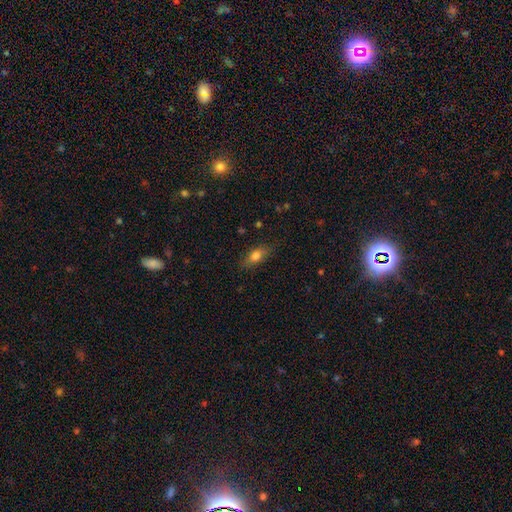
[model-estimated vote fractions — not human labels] A smooth galaxy with no disk features (74%) that is in between round and cigar-shaped (76%).

Vote fractions:
- Smooth or featured? smooth: 74% / featured or disk: 17% / star or artifact: 9%
- How rounded? in between: 76% / cigar-shaped: 17% / round: 7%
- Merging? none: 81% / minor disturbance: 14% / major disturbance: 3% / merger: 1%